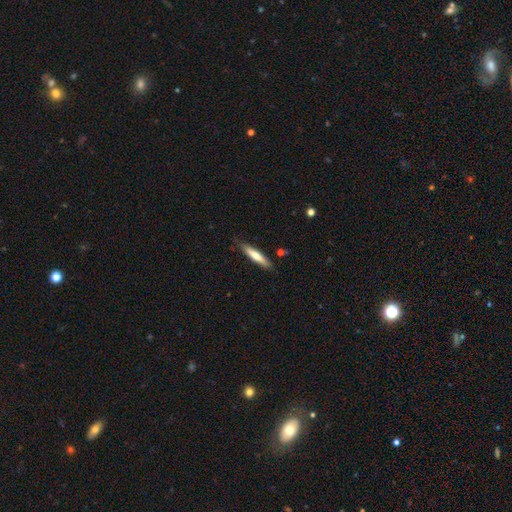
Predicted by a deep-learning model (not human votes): smooth-or-featured: smooth: 65% | featured or disk: 29% | star or artifact: 6%
  how-rounded: cigar-shaped: 87% | in between: 12% | round: 1%
  merging: none: 84% | minor disturbance: 12% | major disturbance: 2% | merger: 2%